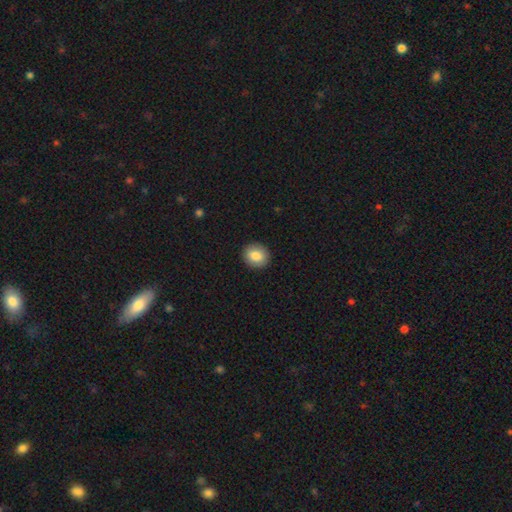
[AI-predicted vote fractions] smooth 84%, featured or disk 9%, star or artifact 8%. Down the decision tree: how rounded — round (74%); merging — none (91%).